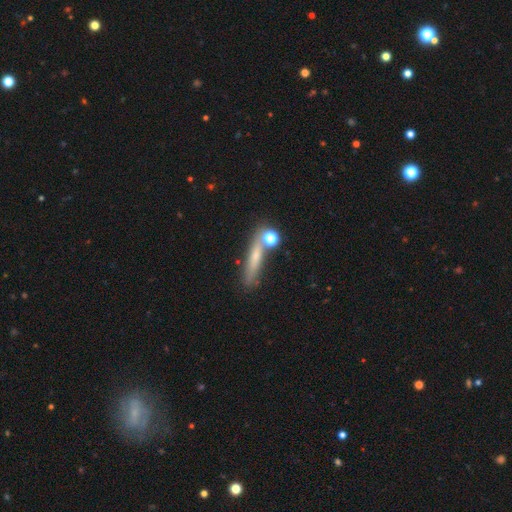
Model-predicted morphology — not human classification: Smooth or featured? smooth (57%)
How rounded? cigar-shaped (74%)
Merging? none (65%)